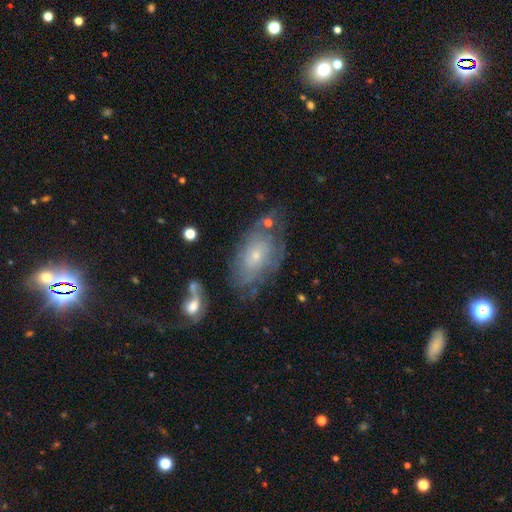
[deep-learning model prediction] smooth-or-featured: featured or disk: 58% | smooth: 33% | star or artifact: 9%
  disk-edge-on: no: 93% | yes: 7%
    bar: no: 82% | weak: 15% | strong: 3%
    has-spiral-arms: yes: 63% | no: 37%
    bulge-size: small: 73% | moderate: 22% | none: 2% | large: 2% | dominant: 1%
  merging: none: 55% | minor disturbance: 24% | major disturbance: 14% | merger: 6%